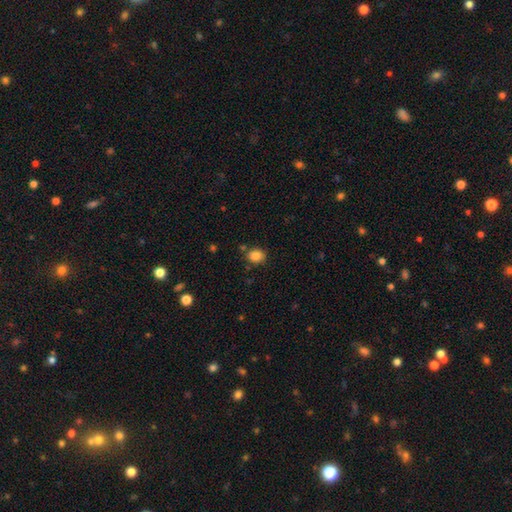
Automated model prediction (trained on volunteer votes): Q: Smooth or featured?
A: smooth (85%); runner-up: star or artifact (10%)
Q: How rounded?
A: round (62%); runner-up: in between (37%)
Q: Merging?
A: none (81%); runner-up: minor disturbance (11%)